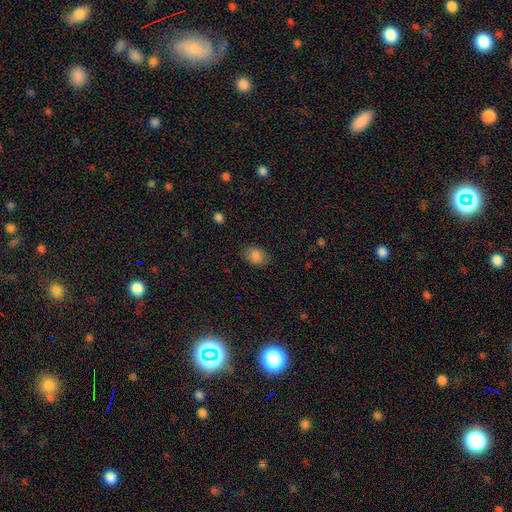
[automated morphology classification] A smooth galaxy with no disk features (85%) that is in between round and cigar-shaped (70%). Merging: none (83%).